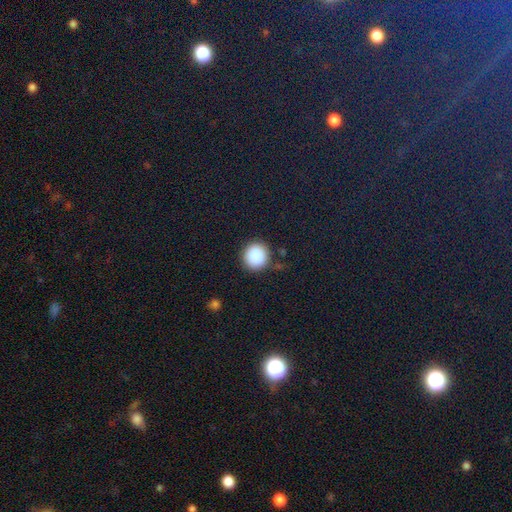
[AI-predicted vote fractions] Smooth or featured?
  - smooth: 89% *
  - star or artifact: 8%
  - featured or disk: 3%
How rounded?
  - round: 92% *
  - in between: 7%
  - cigar-shaped: 1%
Merging?
  - none: 87% *
  - minor disturbance: 8%
  - major disturbance: 3%
  - merger: 2%